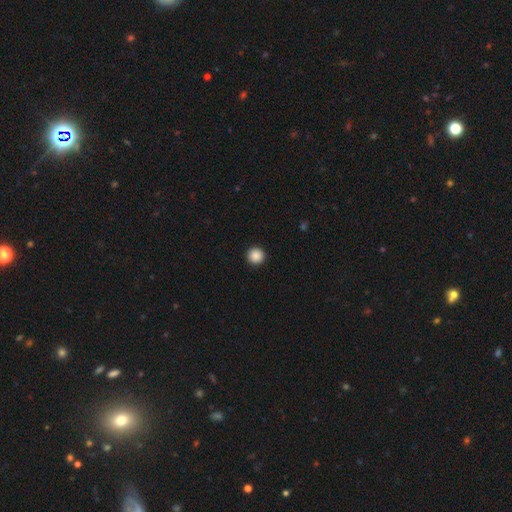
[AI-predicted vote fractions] A smooth galaxy with no disk features (88%) that is round (96%). Merging: none (93%).